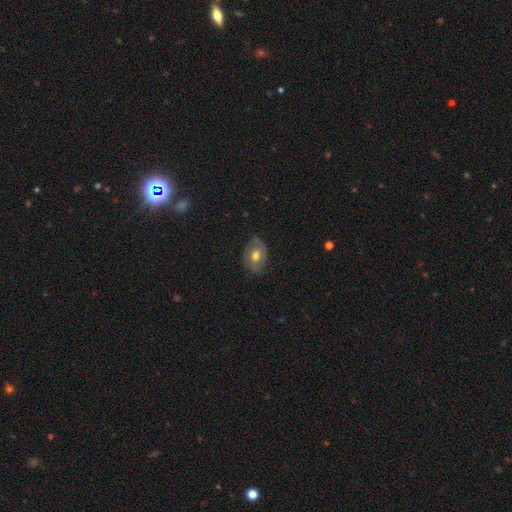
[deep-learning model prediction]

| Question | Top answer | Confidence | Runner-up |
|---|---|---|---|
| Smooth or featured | smooth | 54% | featured or disk (38%) |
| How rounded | in between | 73% | round (25%) |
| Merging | none | 67% | minor disturbance (25%) |